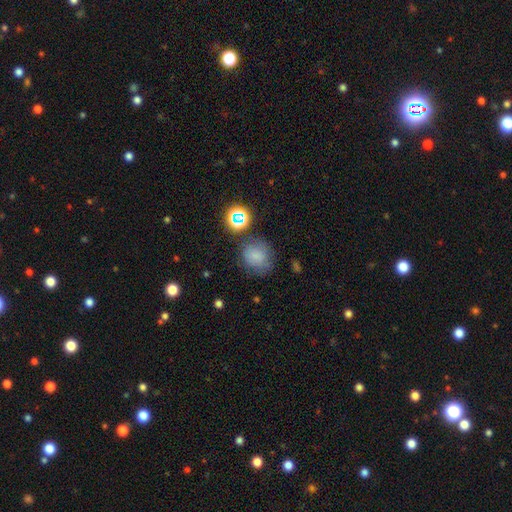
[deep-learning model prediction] Smooth or featured? smooth (73%)
How rounded? round (78%)
Merging? none (66%)